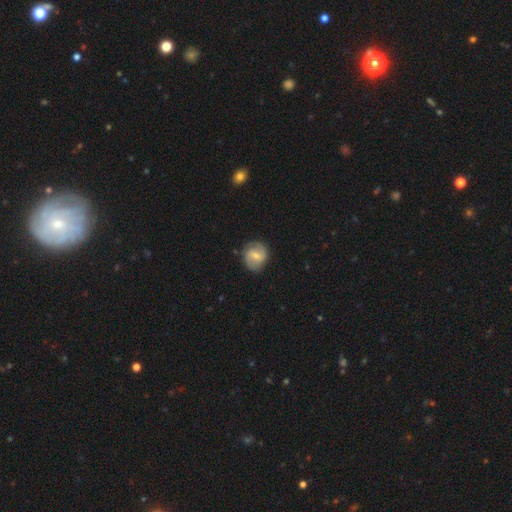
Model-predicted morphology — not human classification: featured or disk 62%, smooth 32%, star or artifact 6%. Down the decision tree: edge-on disk — no (97%); bar — weak (54%); spiral arms — yes (87%); spiral arm count — 2 (87%); spiral winding — medium (45%); bulge size — small (52%); merging — none (82%).